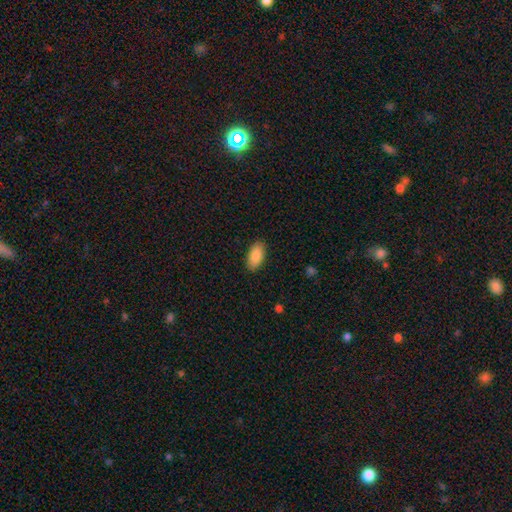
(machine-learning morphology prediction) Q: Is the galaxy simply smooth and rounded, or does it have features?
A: smooth — 86%.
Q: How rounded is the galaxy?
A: in between — 93%.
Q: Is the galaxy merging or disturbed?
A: none — 89%.